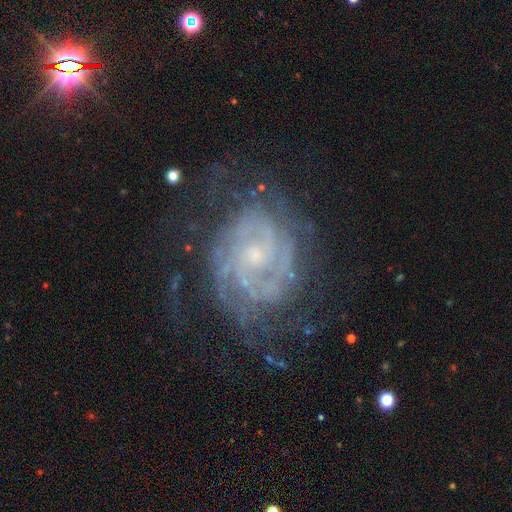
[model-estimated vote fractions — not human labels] smooth_or_featured: featured or disk (p=0.87) [alt: star or artifact p=0.07]
disk_edge_on: no (p=0.97) [alt: yes p=0.03]
bar: no (p=0.69) [alt: weak p=0.25]
has_spiral_arms: yes (p=0.95) [alt: no p=0.05]
spiral_winding: tight (p=0.70) [alt: medium p=0.25]
spiral_arm_count: can't tell (p=0.32) [alt: 2 p=0.29]
bulge_size: small (p=0.70) [alt: moderate p=0.23]
merging: none (p=0.68) [alt: minor disturbance p=0.18]